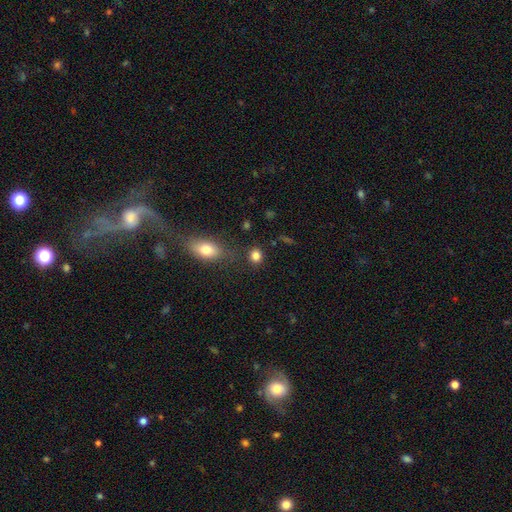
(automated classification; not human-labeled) Smooth or featured? Predicted: smooth (p=0.84). How rounded? Predicted: round (p=0.74). Merging? Predicted: none (p=0.82).